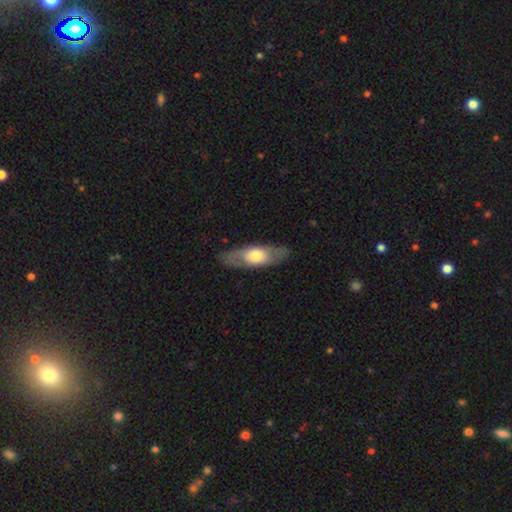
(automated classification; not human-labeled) Smooth or featured: smooth — 51% (featured or disk — 44%)
How rounded: in between — 68% (cigar-shaped — 28%)
Merging: none — 83% (minor disturbance — 12%)